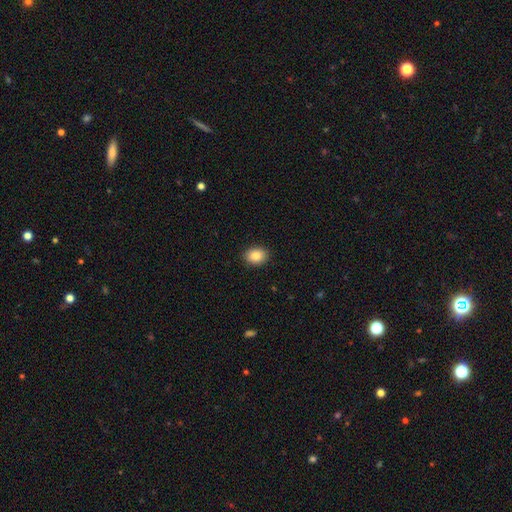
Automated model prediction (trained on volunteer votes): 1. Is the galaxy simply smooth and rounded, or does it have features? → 86% smooth, 8% star or artifact, 6% featured or disk.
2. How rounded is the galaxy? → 60% in between, 39% round, 1% cigar-shaped.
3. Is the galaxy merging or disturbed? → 90% none, 7% minor disturbance, 2% major disturbance, 1% merger.